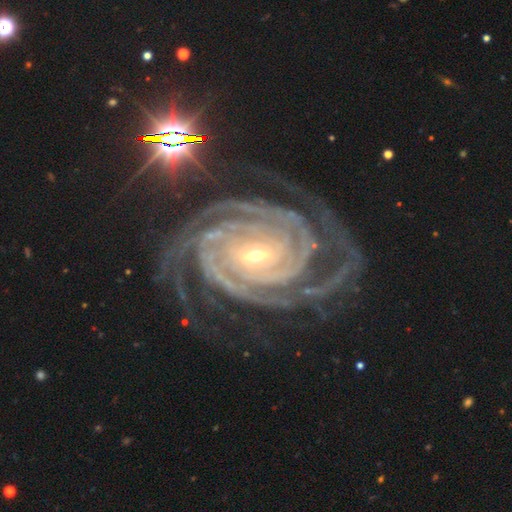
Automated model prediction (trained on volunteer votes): The model was most divided on "bar": strong: 39%, weak: 38%, no: 23%. Remaining: spiral arms — yes (99%); edge-on disk — no (98%); smooth or featured — featured or disk (93%); spiral winding — tight (81%); merging — none (73%); bulge size — small (73%); spiral arm count — 4 (27%).